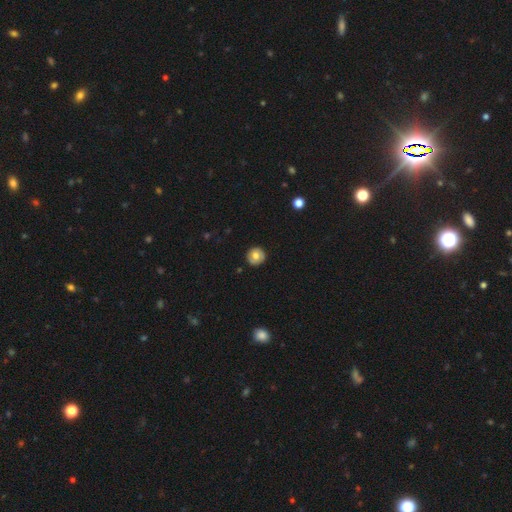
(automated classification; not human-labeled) smooth-or-featured: smooth: 73% | featured or disk: 19% | star or artifact: 8%
  how-rounded: round: 94% | in between: 5% | cigar-shaped: 1%
  merging: none: 90% | minor disturbance: 7% | major disturbance: 2% | merger: 1%